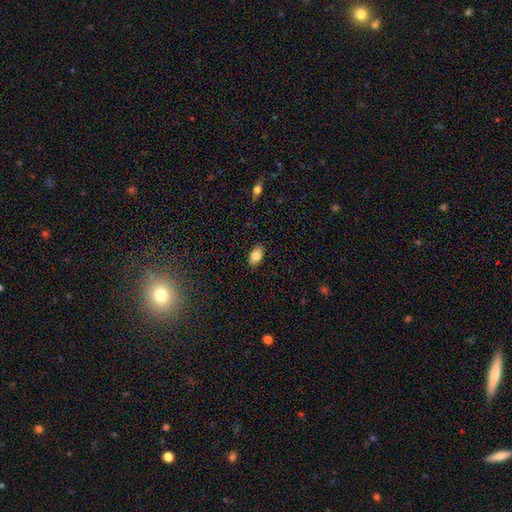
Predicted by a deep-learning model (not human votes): Morphology: type=smooth (83%); roundness=in between (90%); merging=none (87%).